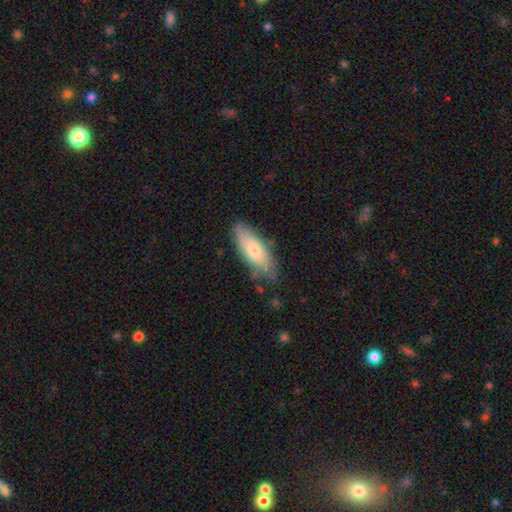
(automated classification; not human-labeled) Q: Smooth or featured?
A: smooth (64%); runner-up: featured or disk (30%)
Q: How rounded?
A: in between (69%); runner-up: cigar-shaped (29%)
Q: Merging?
A: none (73%); runner-up: minor disturbance (20%)